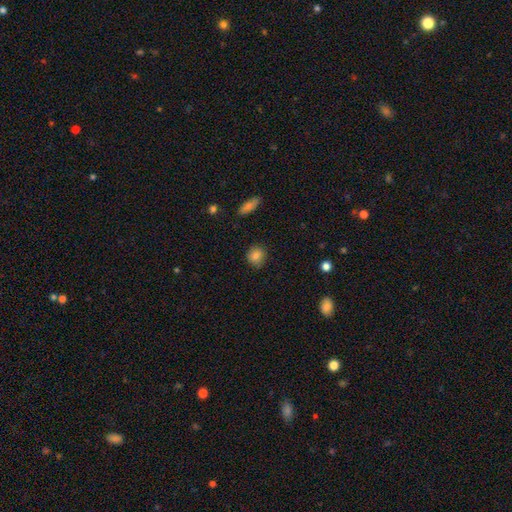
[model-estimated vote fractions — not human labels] Smooth or featured?
  - smooth: 85% *
  - star or artifact: 9%
  - featured or disk: 7%
How rounded?
  - round: 85% *
  - in between: 14%
  - cigar-shaped: 1%
Merging?
  - none: 87% *
  - minor disturbance: 10%
  - major disturbance: 2%
  - merger: 1%